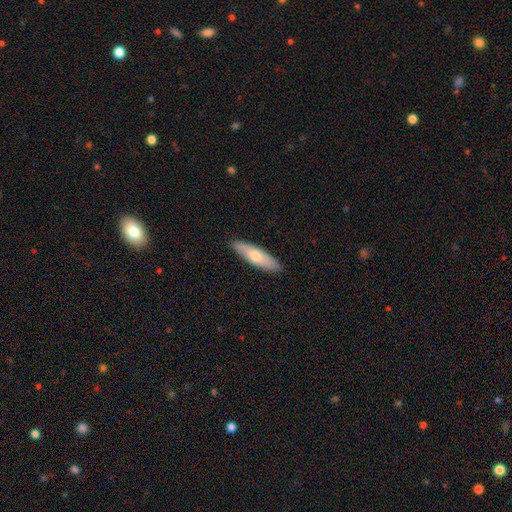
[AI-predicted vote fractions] Q: Smooth or featured?
A: smooth (58%); runner-up: featured or disk (36%)
Q: How rounded?
A: cigar-shaped (66%); runner-up: in between (33%)
Q: Merging?
A: none (89%); runner-up: minor disturbance (9%)